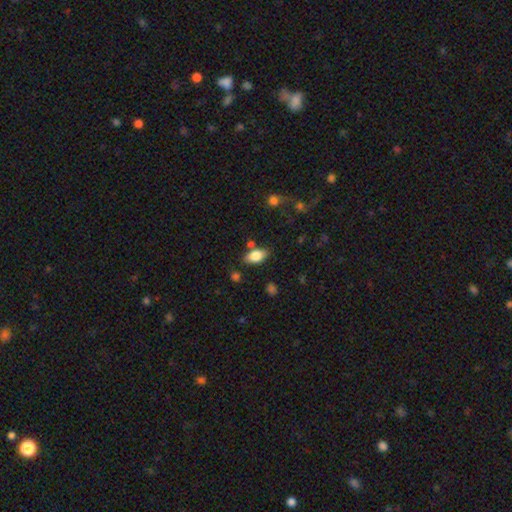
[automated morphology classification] This appears to be a smooth galaxy with no disk features (80%) that is in between round and cigar-shaped (89%). Merging: none (76%).